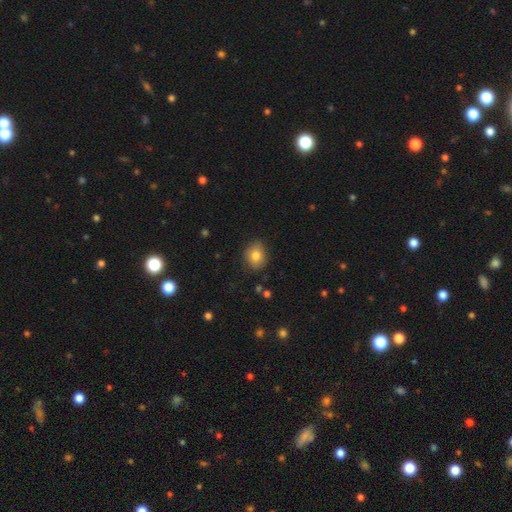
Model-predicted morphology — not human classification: smooth-or-featured: smooth: 79% | featured or disk: 12% | star or artifact: 9%
  how-rounded: round: 56% | in between: 43% | cigar-shaped: 1%
  merging: none: 82% | minor disturbance: 14% | major disturbance: 3% | merger: 1%